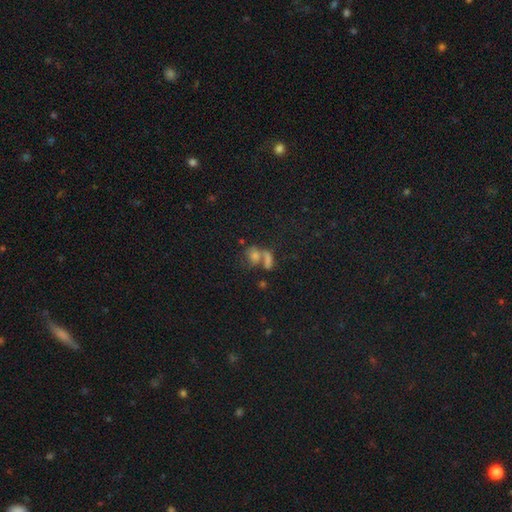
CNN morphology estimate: A smooth galaxy with no disk features (49%).

Vote fractions:
- Smooth or featured? smooth: 49% / star or artifact: 27% / featured or disk: 24%
- Merging? merger: 45% / none: 34% / minor disturbance: 10% / major disturbance: 10%